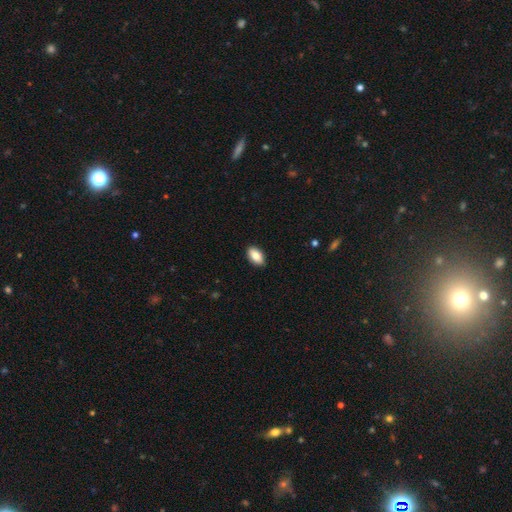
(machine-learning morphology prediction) Q: Smooth or featured?
A: smooth (85%); runner-up: featured or disk (8%)
Q: How rounded?
A: in between (92%); runner-up: cigar-shaped (4%)
Q: Merging?
A: none (88%); runner-up: minor disturbance (10%)